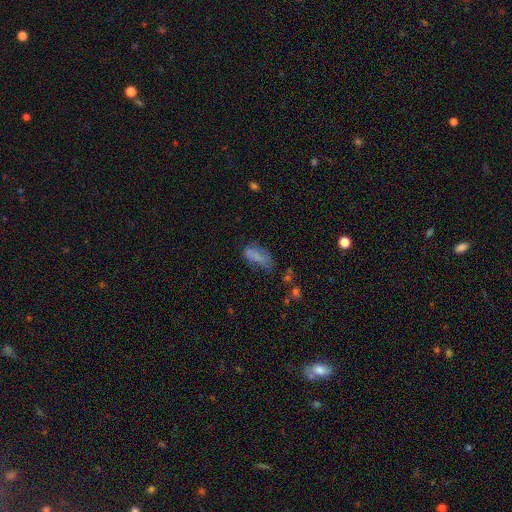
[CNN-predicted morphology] This appears to be a smooth galaxy with no disk features (71%) that is in between round and cigar-shaped (82%). Merging: none (38%).